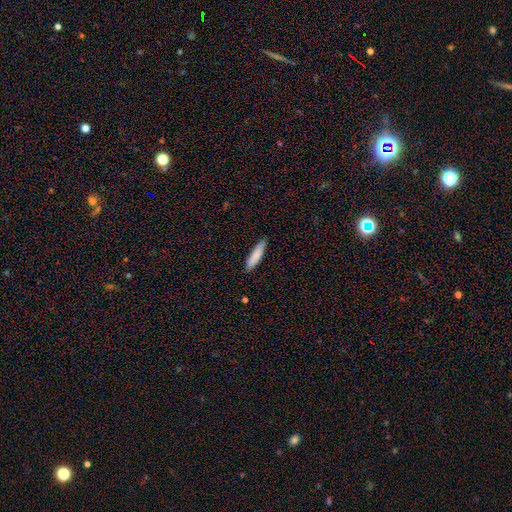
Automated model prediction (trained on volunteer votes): Smooth or featured?
  - smooth: 85% *
  - featured or disk: 9%
  - star or artifact: 6%
How rounded?
  - cigar-shaped: 78% *
  - in between: 21%
  - round: 1%
Merging?
  - none: 85% *
  - minor disturbance: 12%
  - major disturbance: 2%
  - merger: 1%